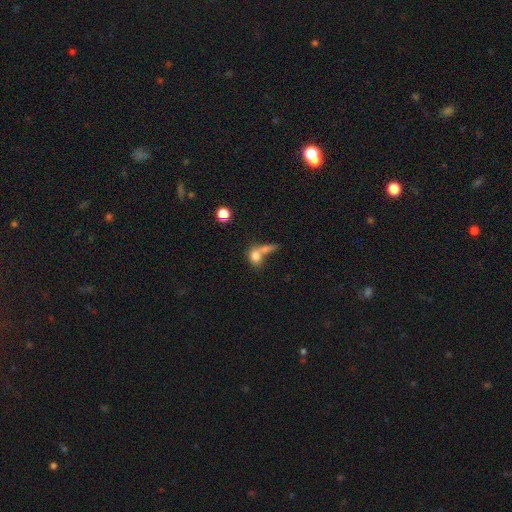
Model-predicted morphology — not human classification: Smooth or featured: smooth — 76% (featured or disk — 14%)
How rounded: in between — 51% (round — 43%)
Merging: merger — 51% (none — 30%)